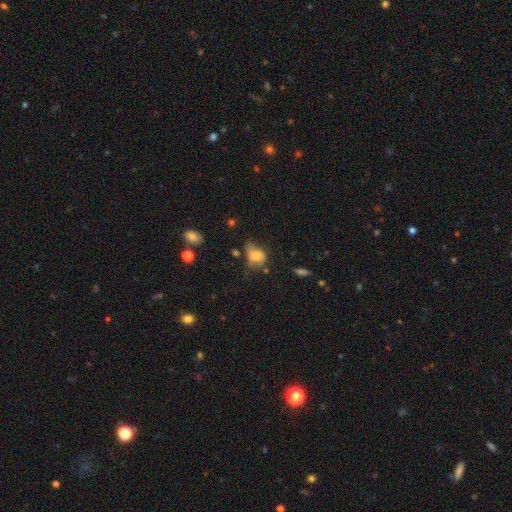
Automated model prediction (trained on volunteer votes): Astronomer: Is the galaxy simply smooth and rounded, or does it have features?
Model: smooth — 70%.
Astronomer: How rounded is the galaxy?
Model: in between — 64%.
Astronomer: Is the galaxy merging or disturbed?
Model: minor disturbance — 38% (runner-up: none, 31%).